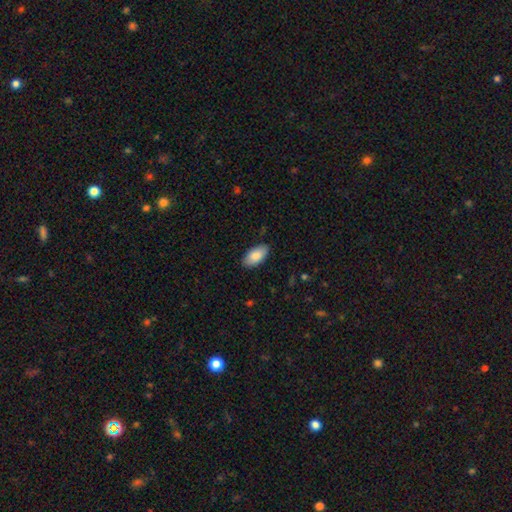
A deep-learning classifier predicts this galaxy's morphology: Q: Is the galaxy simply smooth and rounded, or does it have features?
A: smooth — 85%.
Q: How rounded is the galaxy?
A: in between — 94%.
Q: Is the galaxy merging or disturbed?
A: none — 87%.